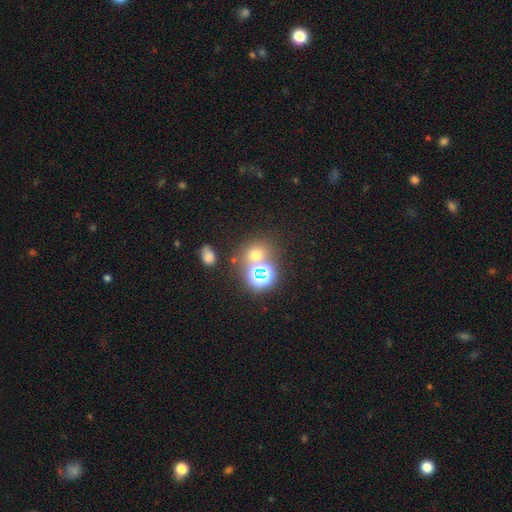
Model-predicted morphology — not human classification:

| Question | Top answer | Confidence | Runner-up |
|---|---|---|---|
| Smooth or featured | smooth | 56% | star or artifact (35%) |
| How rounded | round | 74% | in between (24%) |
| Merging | none | 63% | merger (24%) |